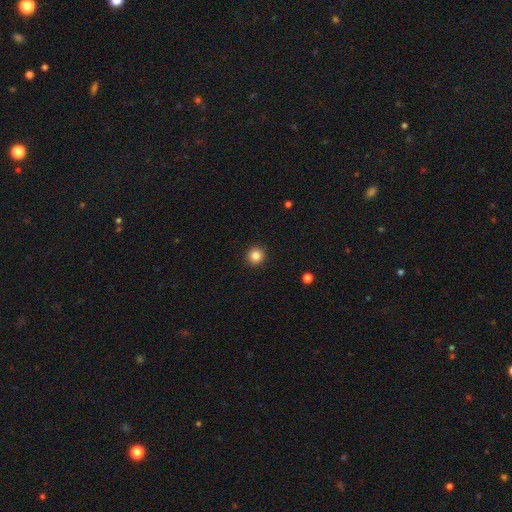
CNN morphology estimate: Q: Smooth or featured?
A: smooth (85%); runner-up: star or artifact (10%)
Q: How rounded?
A: round (93%); runner-up: in between (6%)
Q: Merging?
A: none (92%); runner-up: minor disturbance (5%)